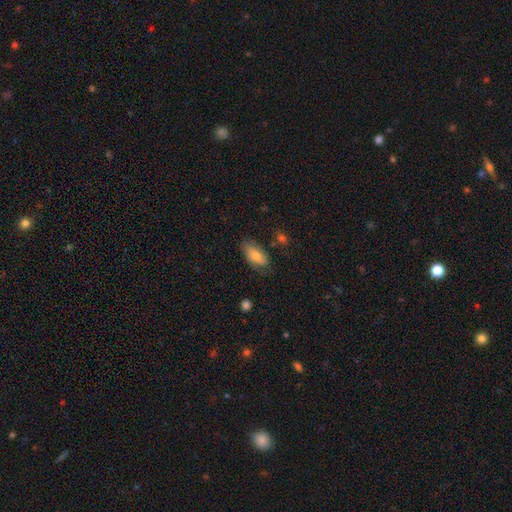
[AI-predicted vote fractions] This is likely a smooth galaxy (68%). How rounded: clearly in between (89%). Merging: likely none (69%).